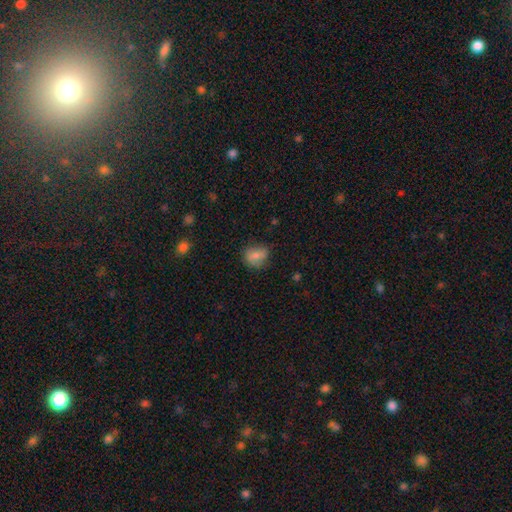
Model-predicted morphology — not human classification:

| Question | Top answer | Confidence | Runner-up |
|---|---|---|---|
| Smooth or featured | smooth | 77% | featured or disk (14%) |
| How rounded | in between | 51% | round (47%) |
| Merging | none | 67% | minor disturbance (24%) |